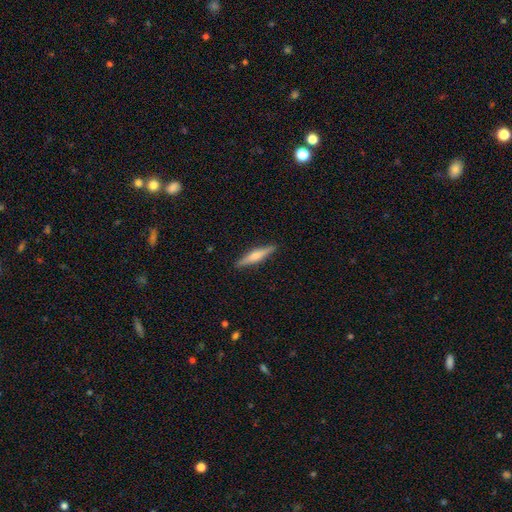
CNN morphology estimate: Overall: smooth (51%; featured or disk 43%). How rounded: cigar-shaped (87%). Merging: none (90%).